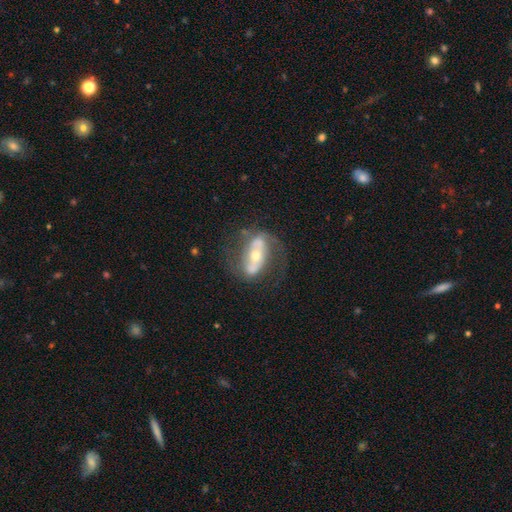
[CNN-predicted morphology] Smooth or featured? featured or disk (76%)
Edge-on disk? no (90%)
Bar? strong (48%)
Spiral arms? yes (76%)
Spiral winding? medium (43%)
Spiral arm count? 2 (82%)
Bulge size? moderate (52%)
Merging? none (61%)